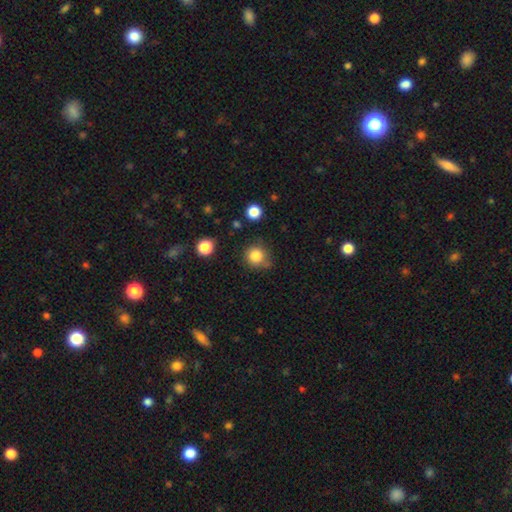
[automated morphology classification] smooth 83%, star or artifact 11%, featured or disk 6%. Down the decision tree: how rounded — round (90%); merging — none (71%).